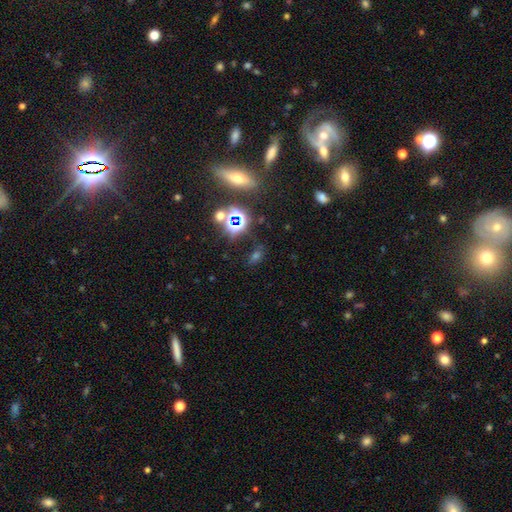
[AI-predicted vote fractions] Overall: star or artifact (52%; smooth 33%).